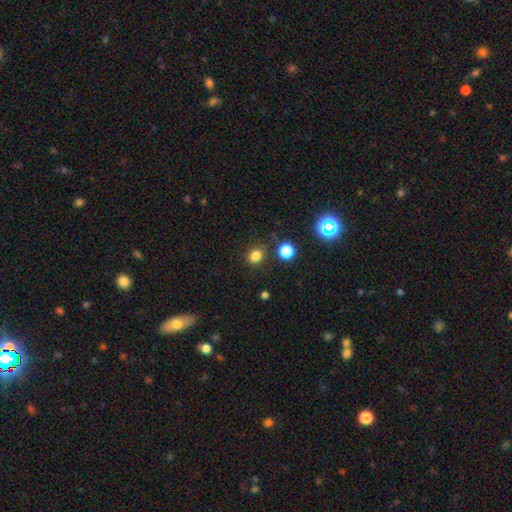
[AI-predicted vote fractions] A smooth galaxy with no disk features (79%) that is round (70%).

Vote fractions:
- Smooth or featured? smooth: 79% / star or artifact: 16% / featured or disk: 5%
- How rounded? round: 70% / in between: 29% / cigar-shaped: 1%
- Merging? none: 81% / minor disturbance: 10% / merger: 5% / major disturbance: 4%